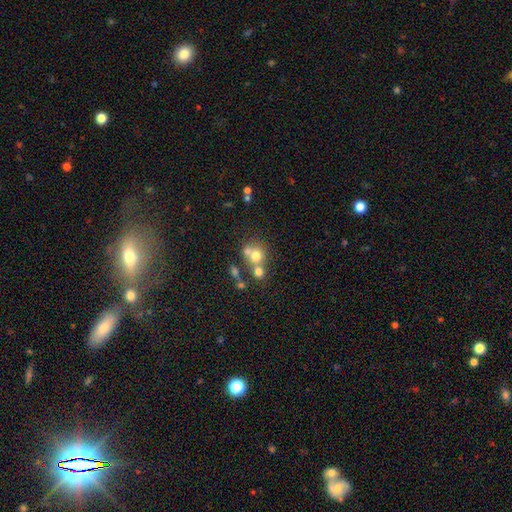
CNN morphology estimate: Smooth or featured? smooth (66%)
How rounded? round (80%)
Merging? merger (47%)